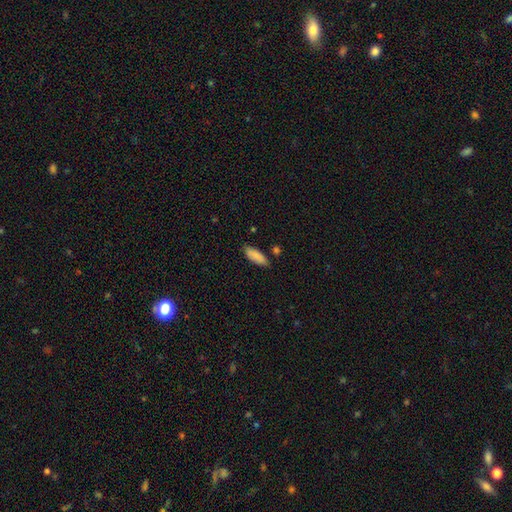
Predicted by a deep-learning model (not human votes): smooth-or-featured: smooth: 87% | featured or disk: 7% | star or artifact: 6%
  how-rounded: in between: 68% | cigar-shaped: 30% | round: 2%
  merging: none: 82% | minor disturbance: 13% | merger: 3% | major disturbance: 2%